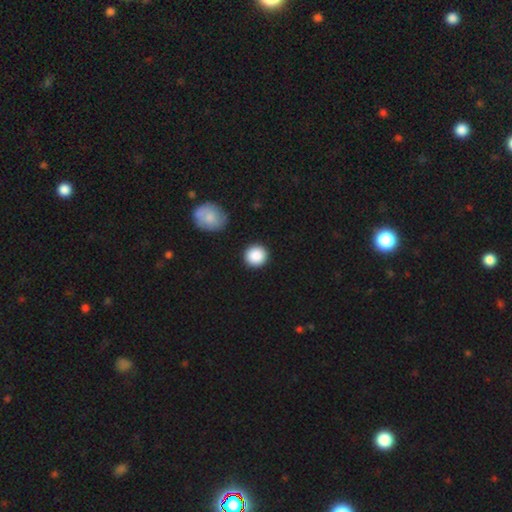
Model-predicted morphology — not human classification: The model was most divided on "smooth or featured": smooth: 89%, star or artifact: 8%, featured or disk: 4%. More confident: how rounded — round (94%); merging — none (91%).